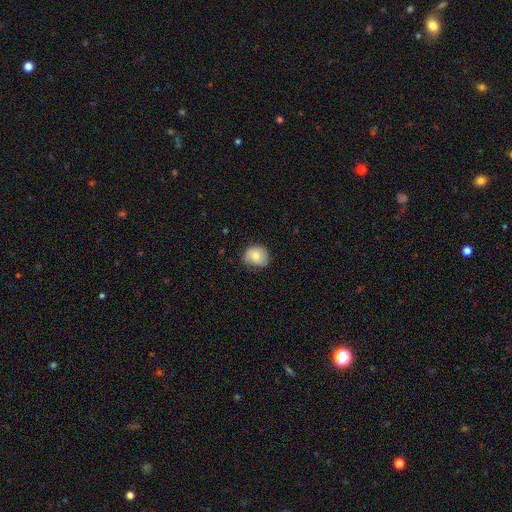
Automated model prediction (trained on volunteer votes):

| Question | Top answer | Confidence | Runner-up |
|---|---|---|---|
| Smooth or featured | smooth | 71% | featured or disk (21%) |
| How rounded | round | 77% | in between (22%) |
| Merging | none | 70% | minor disturbance (24%) |